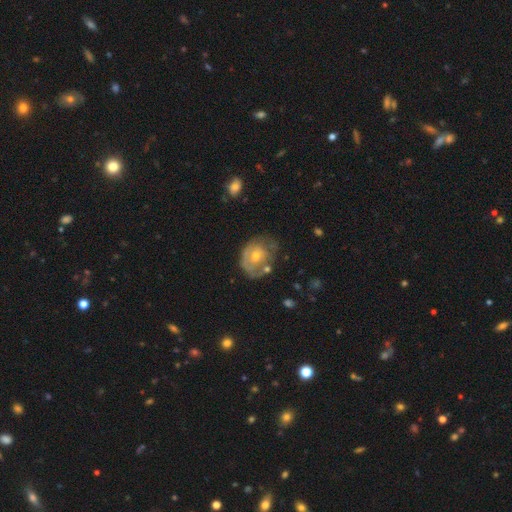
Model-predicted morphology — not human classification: Smooth or featured? Predicted: featured or disk (p=0.57). Edge-on disk? Predicted: no (p=0.96). Bar? Predicted: no (p=0.83). Spiral arms? Predicted: yes (p=0.52). Bulge size? Predicted: small (p=0.49). Merging? Predicted: none (p=0.44).